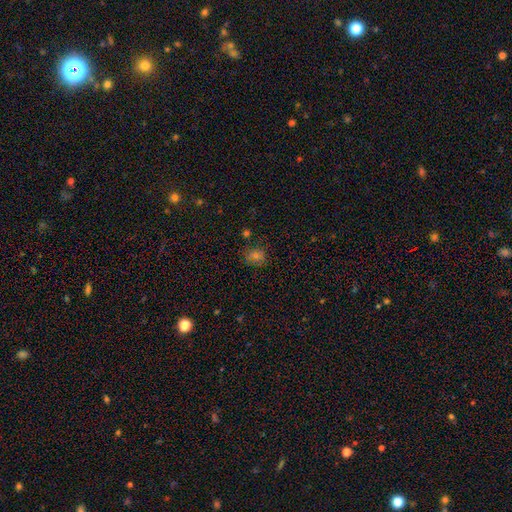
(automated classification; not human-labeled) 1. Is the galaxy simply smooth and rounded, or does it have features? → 58% smooth, 28% star or artifact, 14% featured or disk.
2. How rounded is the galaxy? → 76% round, 23% in between, 1% cigar-shaped.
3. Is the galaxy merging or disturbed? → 79% none, 14% minor disturbance, 4% major disturbance, 3% merger.